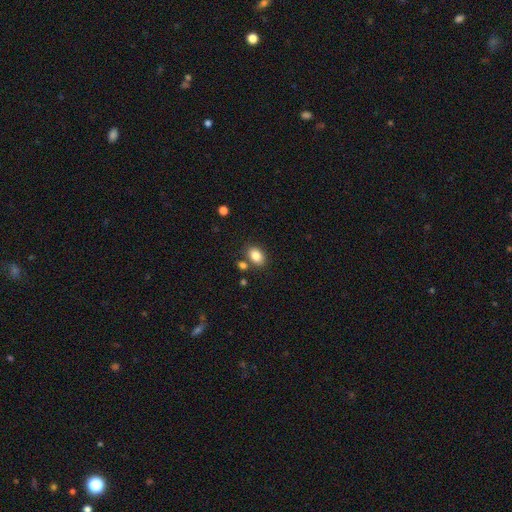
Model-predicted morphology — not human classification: smooth 85%, star or artifact 9%, featured or disk 6%. Down the decision tree: how rounded — in between (82%); merging — none (77%).